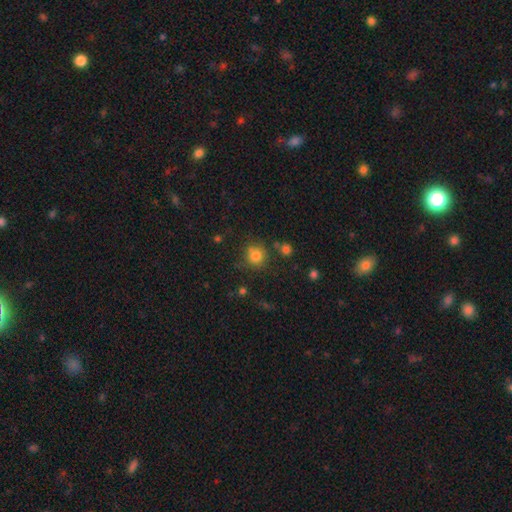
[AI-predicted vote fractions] smooth_or_featured: smooth (p=0.78) [alt: star or artifact p=0.15]
how_rounded: round (p=0.89) [alt: in between p=0.10]
merging: none (p=0.73) [alt: minor disturbance p=0.13]